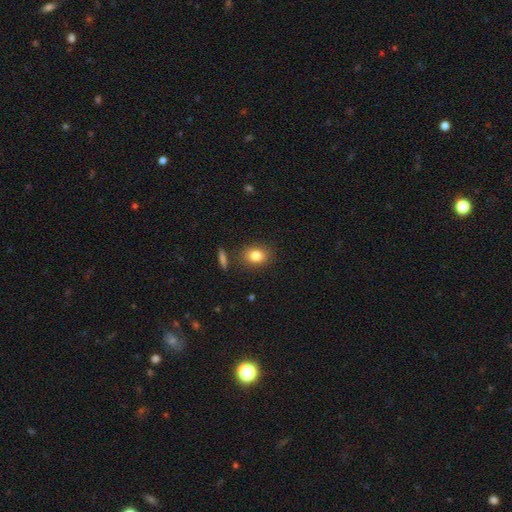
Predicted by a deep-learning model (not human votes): Q: Smooth or featured?
A: smooth (83%); runner-up: star or artifact (9%)
Q: How rounded?
A: in between (59%); runner-up: round (39%)
Q: Merging?
A: none (85%); runner-up: minor disturbance (9%)